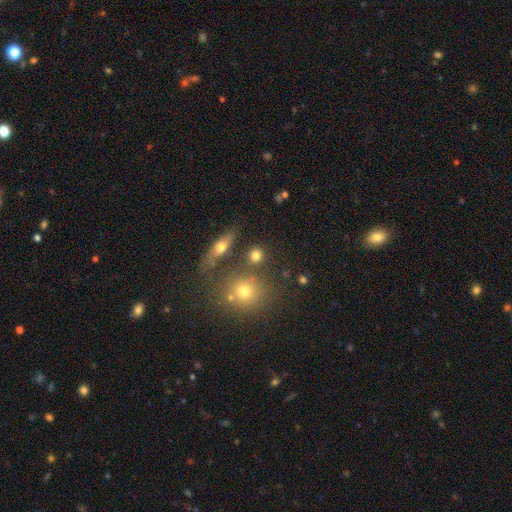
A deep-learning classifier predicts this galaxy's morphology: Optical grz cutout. It shows a smooth galaxy with no disk features (77%) that is round (81%). Merging: none (76%).